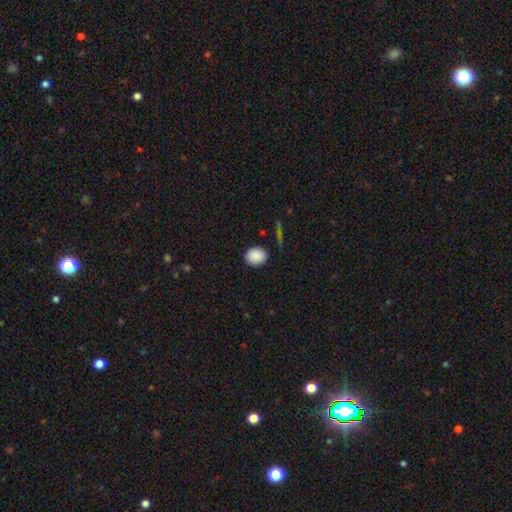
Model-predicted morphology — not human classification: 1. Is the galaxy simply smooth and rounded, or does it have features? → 89% smooth, 8% star or artifact, 3% featured or disk.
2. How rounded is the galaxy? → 51% round, 48% in between, 1% cigar-shaped.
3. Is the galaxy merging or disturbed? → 87% none, 9% minor disturbance, 3% major disturbance, 1% merger.